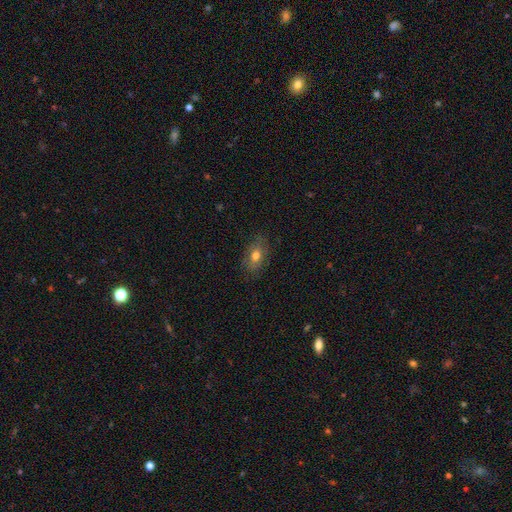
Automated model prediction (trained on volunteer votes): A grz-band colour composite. It shows a smooth galaxy with no disk features (67%) that is in between round and cigar-shaped (85%). Merging: none (77%).